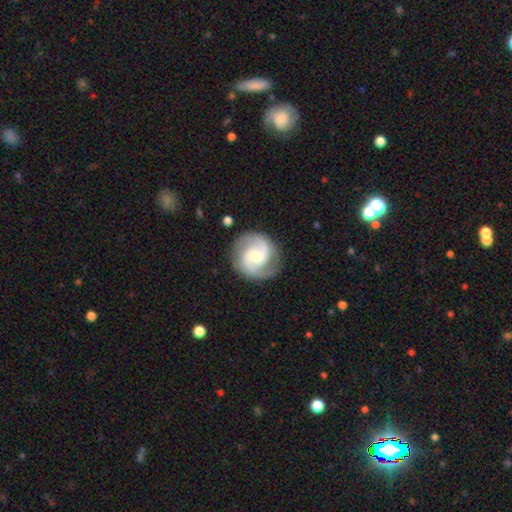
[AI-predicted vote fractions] A featured or disk galaxy (87%) with a weak bar (46%), 2 (91%) medium (56%) spiral arms (97%) and a moderate central bulge (47%, tied with small).

Vote fractions:
- Smooth or featured? featured or disk: 87% / smooth: 8% / star or artifact: 4%
- Edge-on disk? no: 98% / yes: 2%
- Bar? weak: 46% / no: 43% / strong: 12%
- Spiral arms? yes: 97% / no: 3%
- Spiral winding? medium: 56% / tight: 28% / loose: 16%
- Spiral arm count? 2: 91% / 3: 3% / can't tell: 3% / 1: 1% / 4: 1% / more than 4: 1%
- Bulge size? moderate: 47% (tied) / small: 47% (tied) / large: 3% / none: 2% / dominant: 1%
- Merging? none: 83% / minor disturbance: 12% / major disturbance: 4% / merger: 1%